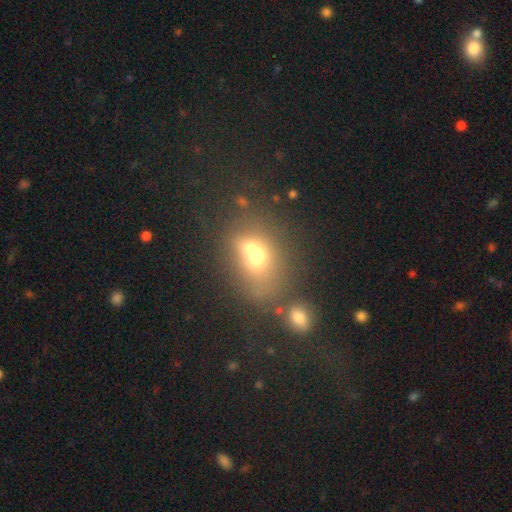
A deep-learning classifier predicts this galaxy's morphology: This appears to be a smooth galaxy with no disk features (62%) that is round (50%). Merging: merger (51%).